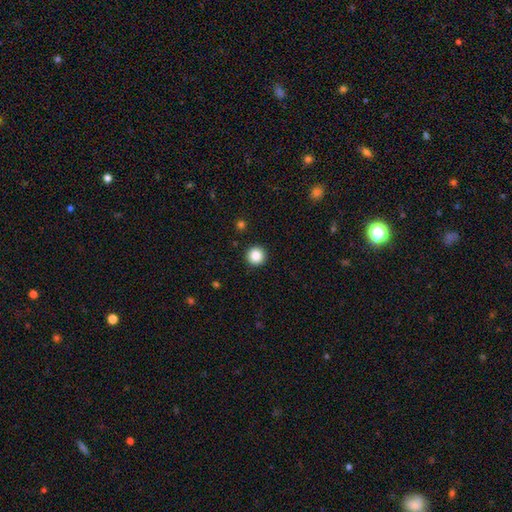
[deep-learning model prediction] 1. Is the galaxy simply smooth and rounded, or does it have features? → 86% smooth, 10% star or artifact, 4% featured or disk.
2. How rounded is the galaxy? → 96% round, 3% in between, 1% cigar-shaped.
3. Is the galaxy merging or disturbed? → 93% none, 4% minor disturbance, 2% major disturbance, 1% merger.